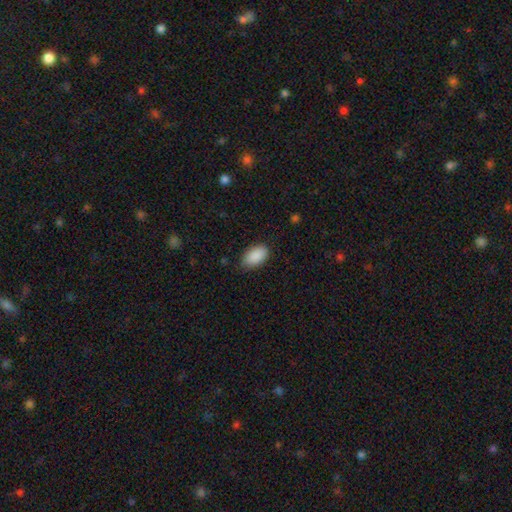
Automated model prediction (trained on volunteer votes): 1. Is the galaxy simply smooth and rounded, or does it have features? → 90% smooth, 7% star or artifact, 3% featured or disk.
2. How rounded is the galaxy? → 94% in between, 4% round, 2% cigar-shaped.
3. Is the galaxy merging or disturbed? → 82% none, 15% minor disturbance, 3% major disturbance, 1% merger.